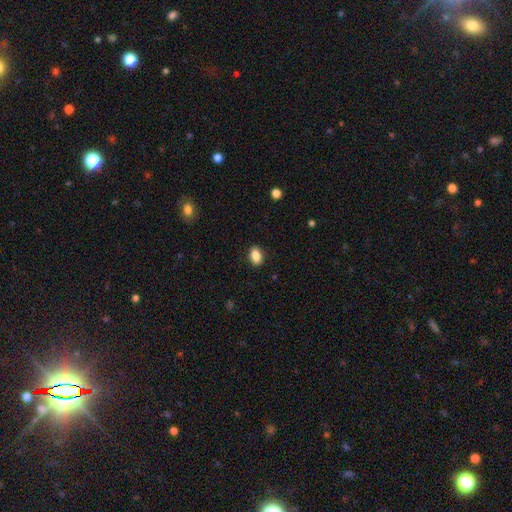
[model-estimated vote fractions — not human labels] Smooth or featured: smooth — 88% (star or artifact — 8%)
How rounded: in between — 86% (round — 12%)
Merging: none — 89% (minor disturbance — 8%)